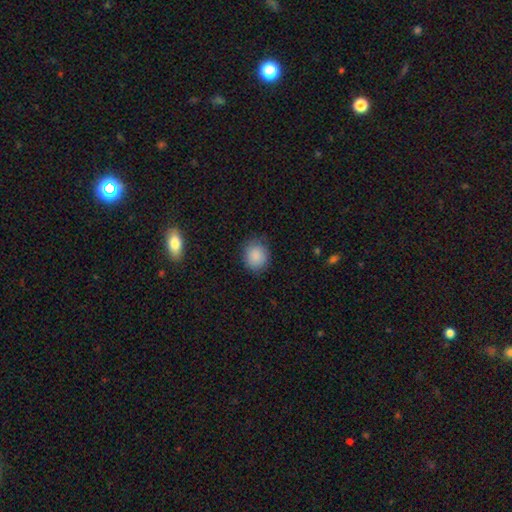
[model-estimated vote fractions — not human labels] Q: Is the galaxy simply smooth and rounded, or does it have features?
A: smooth — 87%.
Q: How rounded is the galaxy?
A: round — 76%.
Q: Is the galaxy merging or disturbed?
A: none — 81%.